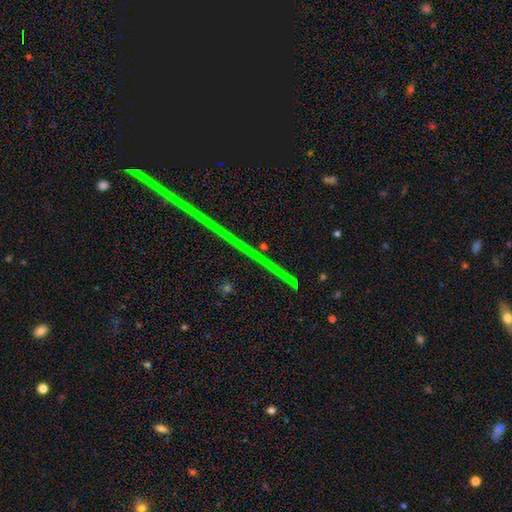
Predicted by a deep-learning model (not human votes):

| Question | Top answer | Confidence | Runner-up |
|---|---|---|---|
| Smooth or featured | star or artifact | 82% | featured or disk (11%) |